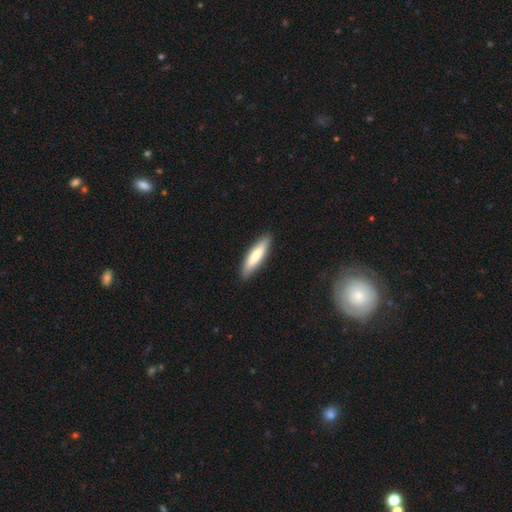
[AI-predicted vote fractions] Overall: smooth (74%). How rounded: cigar-shaped (78%). Merging: none (89%).